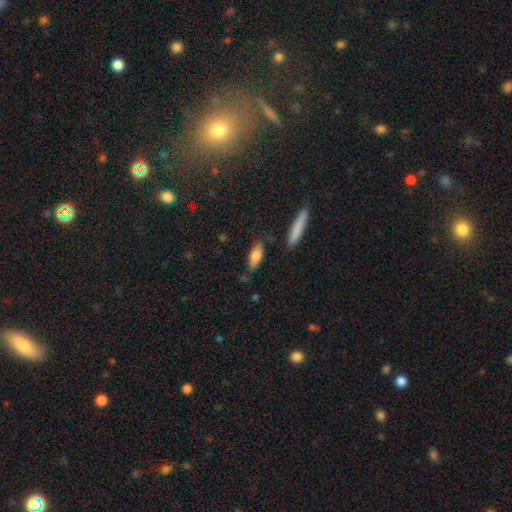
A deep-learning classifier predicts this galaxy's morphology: smooth 79%, featured or disk 14%, star or artifact 7%. Down the decision tree: how rounded — in between (64%); merging — none (73%).